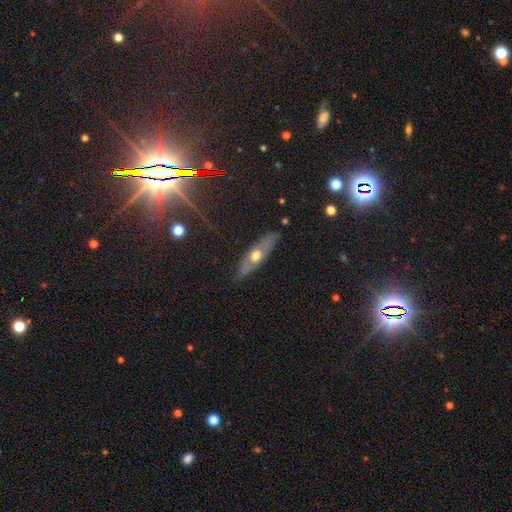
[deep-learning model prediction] This is possibly a featured or disk galaxy (54%). It is likely viewed edge-on (63%). Merging: likely none (79%).